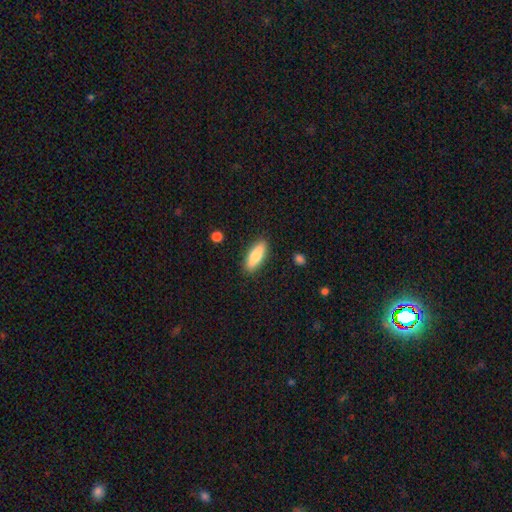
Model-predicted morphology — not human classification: Smooth or featured?
  - smooth: 81% *
  - featured or disk: 13%
  - star or artifact: 6%
How rounded?
  - in between: 60% *
  - cigar-shaped: 38%
  - round: 2%
Merging?
  - none: 88% *
  - minor disturbance: 9%
  - major disturbance: 2%
  - merger: 1%